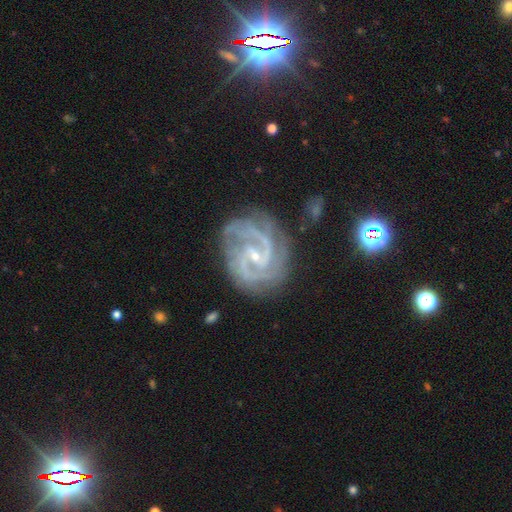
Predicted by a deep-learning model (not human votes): featured or disk 92%, star or artifact 5%, smooth 3%. Down the decision tree: edge-on disk — no (98%); bar — weak (49%); spiral arms — yes (98%); spiral arm count — 2 (63%); spiral winding — medium (47%); bulge size — small (79%); merging — none (70%).